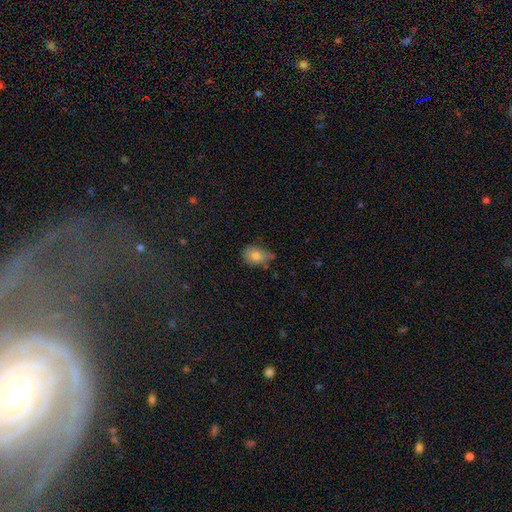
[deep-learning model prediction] This is likely a smooth galaxy (78%). How rounded: likely in between (69%). Merging: marginally none (43%).